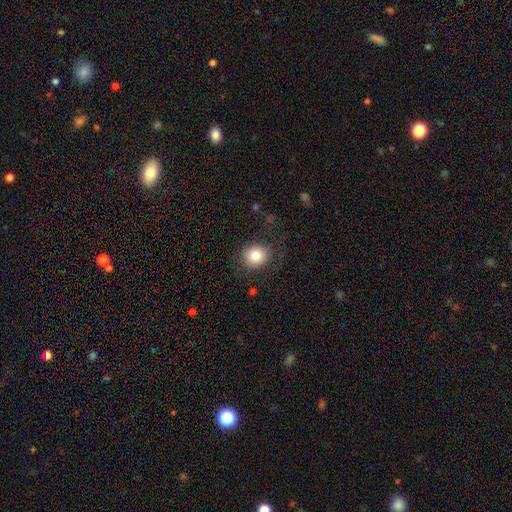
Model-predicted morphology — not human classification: Smooth or featured: smooth — 82% (star or artifact — 10%)
How rounded: round — 85% (in between — 14%)
Merging: none — 79% (minor disturbance — 13%)